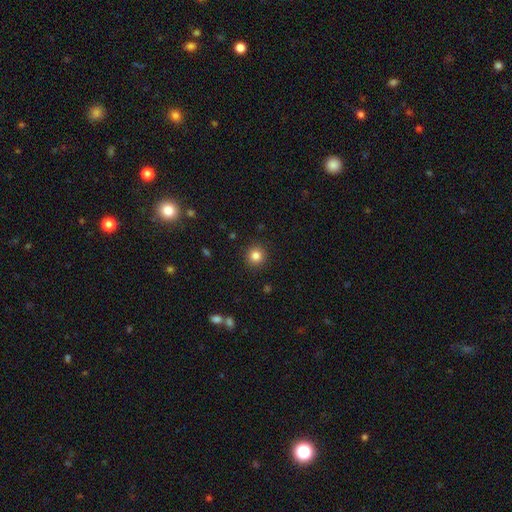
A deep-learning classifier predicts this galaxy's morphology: smooth 84%, star or artifact 11%, featured or disk 5%. Down the decision tree: how rounded — round (94%); merging — none (92%).